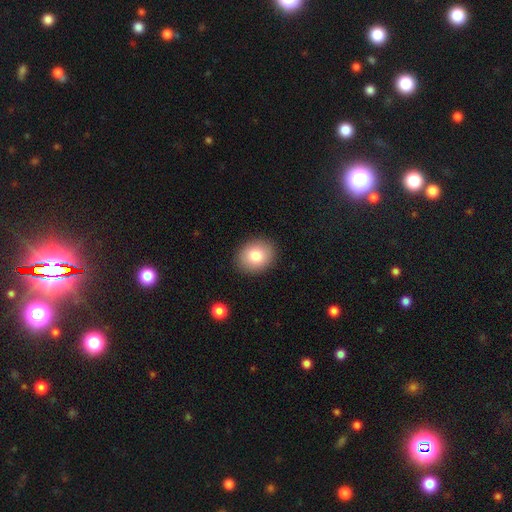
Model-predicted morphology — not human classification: Smooth or featured? Predicted: smooth (p=0.81). How rounded? Predicted: round (p=0.54). Merging? Predicted: none (p=0.89).